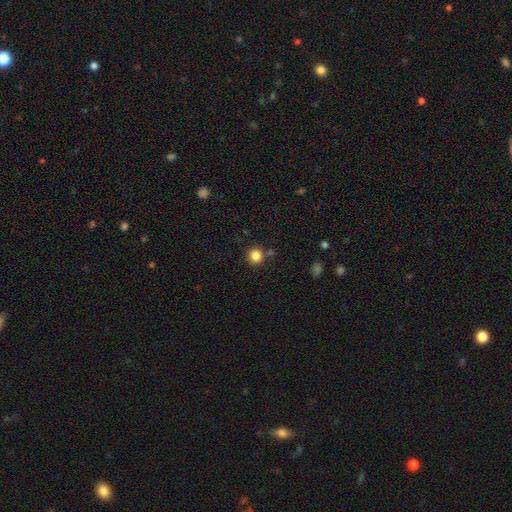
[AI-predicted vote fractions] Q: Smooth or featured?
A: smooth (85%); runner-up: star or artifact (11%)
Q: How rounded?
A: round (93%); runner-up: in between (7%)
Q: Merging?
A: none (84%); runner-up: minor disturbance (7%)